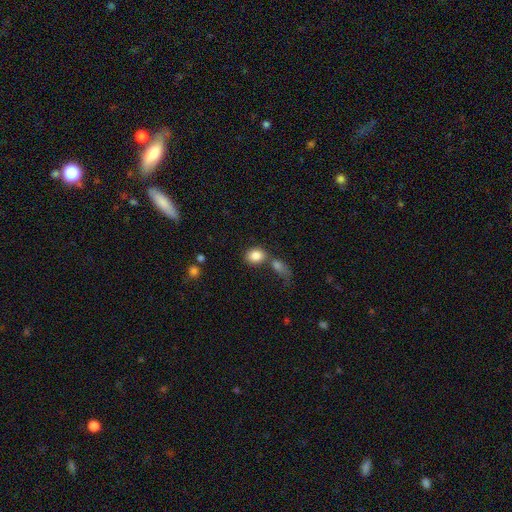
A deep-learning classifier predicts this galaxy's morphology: Overall: smooth (85%). How rounded: in between (56%; round 42%). Merging: none (51%; merger 32%).